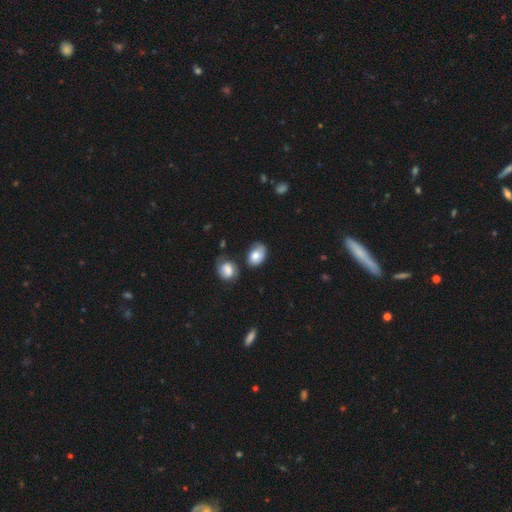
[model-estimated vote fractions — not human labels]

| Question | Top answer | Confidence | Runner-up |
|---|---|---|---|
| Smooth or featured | smooth | 74% | featured or disk (18%) |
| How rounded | in between | 80% | round (18%) |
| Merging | none | 52% | minor disturbance (28%) |